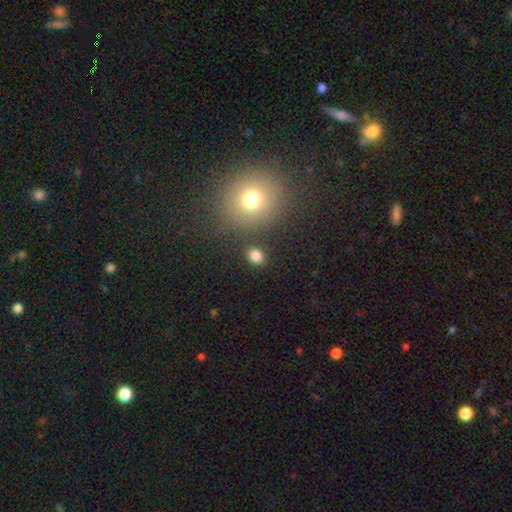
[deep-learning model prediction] Smooth or featured? Predicted: smooth (p=0.82). How rounded? Predicted: round (p=0.52). Merging? Predicted: none (p=0.83).